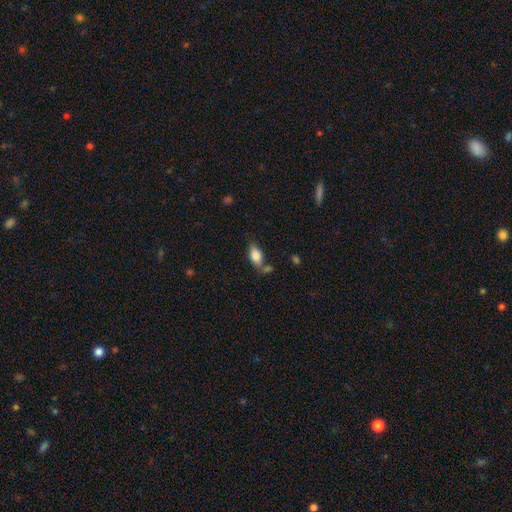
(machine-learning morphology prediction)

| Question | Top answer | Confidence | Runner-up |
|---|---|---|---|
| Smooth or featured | smooth | 79% | featured or disk (13%) |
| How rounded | in between | 89% | cigar-shaped (7%) |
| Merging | none | 59% | minor disturbance (19%) |